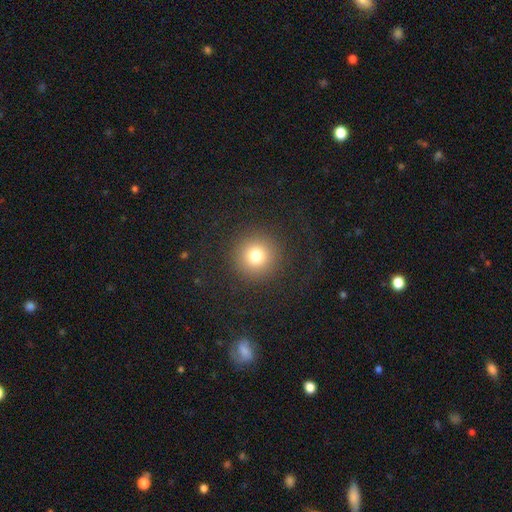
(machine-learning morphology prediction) The model was most divided on "smooth or featured": smooth: 77%, star or artifact: 15%, featured or disk: 8%. More confident: how rounded — round (95%); merging — none (90%).